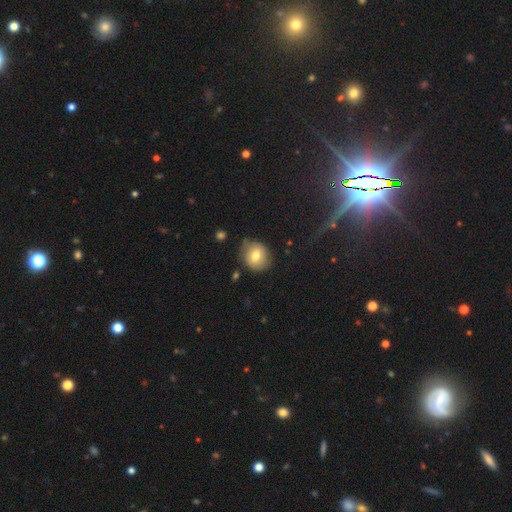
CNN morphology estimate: This is likely a smooth galaxy (69%). How rounded: likely round (77%). Merging: likely none (73%).